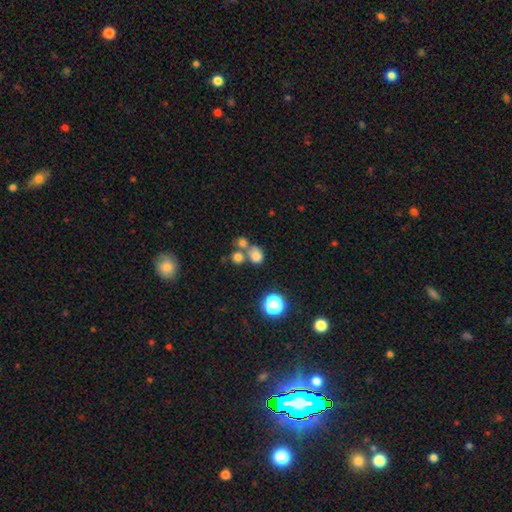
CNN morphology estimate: This appears to be a smooth galaxy with no disk features (72%) that is round (72%). Merging: merger (43%).